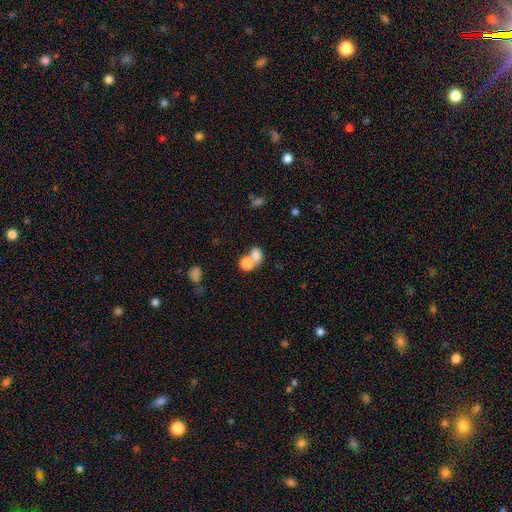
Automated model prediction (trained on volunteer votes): Smooth or featured: smooth — 78% (star or artifact — 11%)
How rounded: in between — 53% (round — 46%)
Merging: merger — 56% (none — 32%)